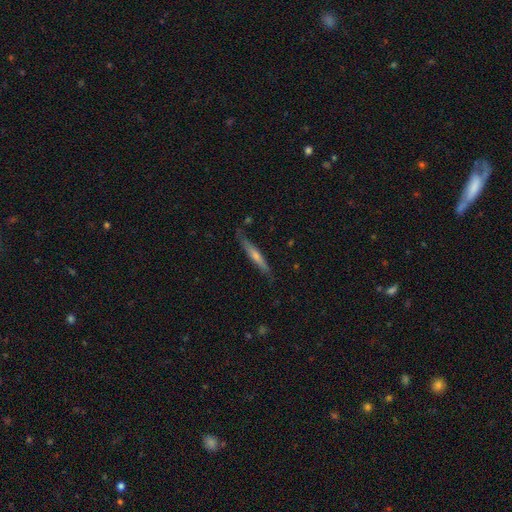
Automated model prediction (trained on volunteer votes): A featured or disk galaxy (56%) viewed edge-on (94%) with a rounded central bulge (59%).

Vote fractions:
- Smooth or featured? featured or disk: 56% / smooth: 38% / star or artifact: 6%
- Edge-on disk? yes: 94% / no: 6%
- Edge-on bulge? rounded: 59% / none: 35% / boxy: 6%
- Merging? none: 82% / minor disturbance: 13% / major disturbance: 2% / merger: 2%